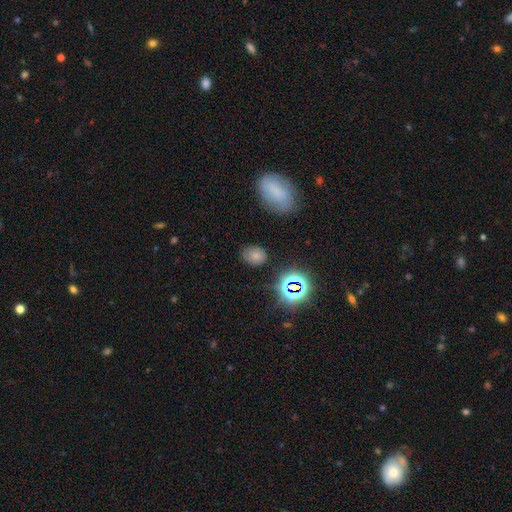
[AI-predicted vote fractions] The model was most divided on "how rounded": in between: 59%, round: 40%, cigar-shaped: 1%. More confident: merging — none (77%); smooth or featured — smooth (68%).